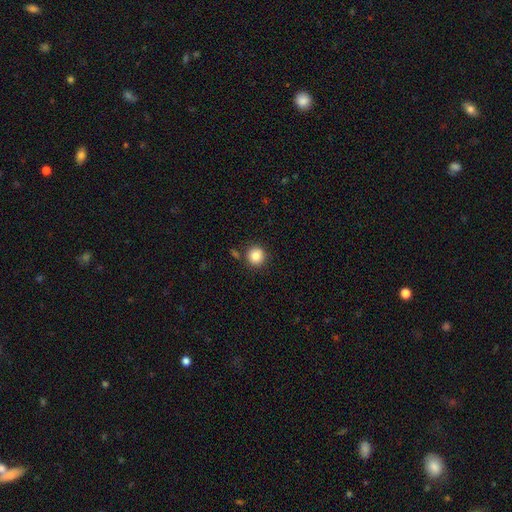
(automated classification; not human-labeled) Morphology: type=smooth (85%); roundness=round (93%); merging=none (85%).